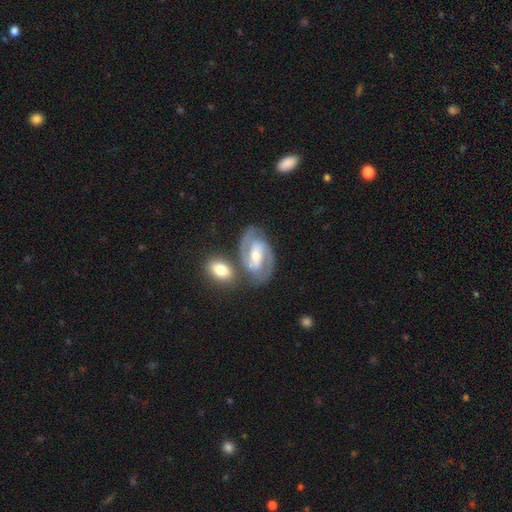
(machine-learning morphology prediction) Smooth or featured? Predicted: featured or disk (p=0.88). Edge-on disk? Predicted: no (p=0.97). Bar? Predicted: strong (p=0.46). Spiral arms? Predicted: yes (p=0.97). Spiral winding? Predicted: medium (p=0.51). Spiral arm count? Predicted: 2 (p=0.92). Bulge size? Predicted: moderate (p=0.56). Merging? Predicted: none (p=0.71).